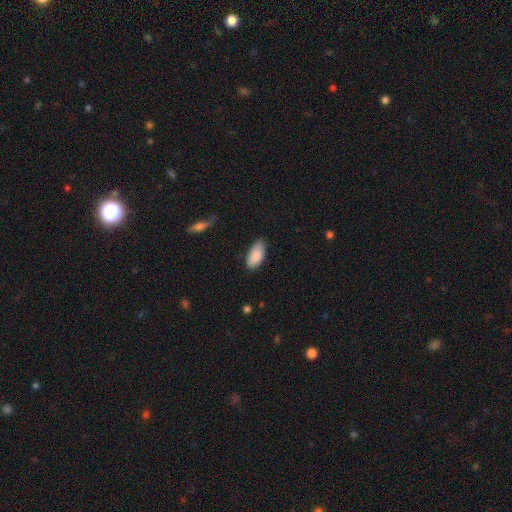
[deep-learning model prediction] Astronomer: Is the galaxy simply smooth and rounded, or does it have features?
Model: smooth — 89%.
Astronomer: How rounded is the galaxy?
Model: in between — 91%.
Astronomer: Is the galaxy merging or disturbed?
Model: none — 78%.